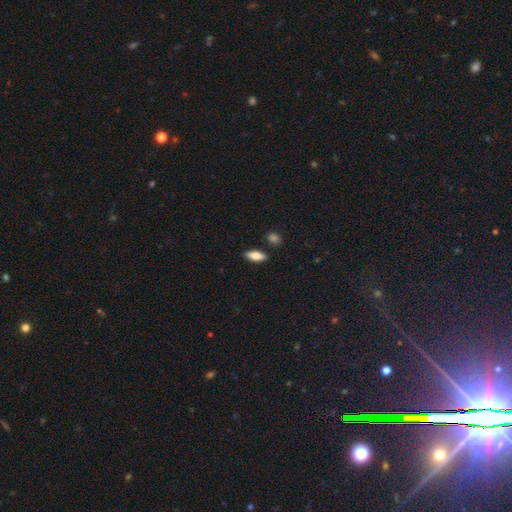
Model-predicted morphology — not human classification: Q: Smooth or featured?
A: smooth (80%); runner-up: featured or disk (14%)
Q: How rounded?
A: in between (72%); runner-up: cigar-shaped (25%)
Q: Merging?
A: none (86%); runner-up: minor disturbance (9%)